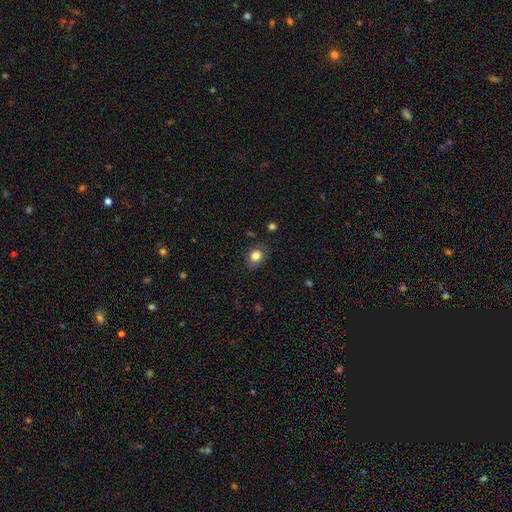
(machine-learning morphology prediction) A smooth galaxy with no disk features (81%) that is round (50%).

Vote fractions:
- Smooth or featured? smooth: 81% / star or artifact: 10% / featured or disk: 8%
- How rounded? round: 50% / in between: 49% / cigar-shaped: 1%
- Merging? none: 81% / minor disturbance: 14% / major disturbance: 3% / merger: 1%